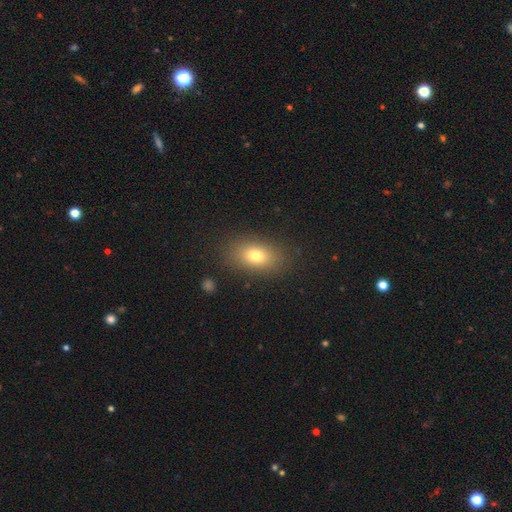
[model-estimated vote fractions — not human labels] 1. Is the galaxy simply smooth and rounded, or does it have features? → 76% smooth, 13% featured or disk, 11% star or artifact.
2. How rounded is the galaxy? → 83% in between, 13% round, 3% cigar-shaped.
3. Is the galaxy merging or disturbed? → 86% none, 9% minor disturbance, 4% major disturbance, 1% merger.